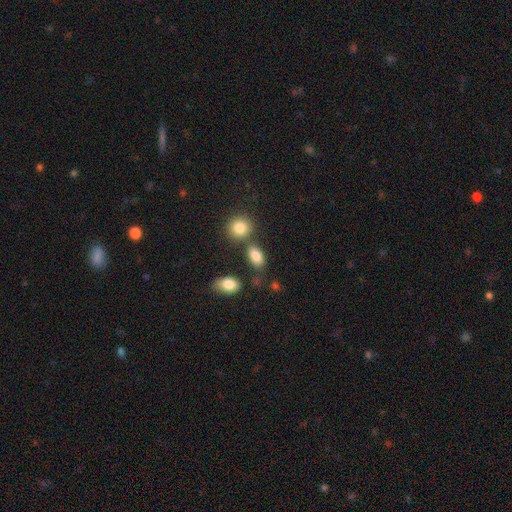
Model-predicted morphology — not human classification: Overall: smooth (85%). How rounded: in between (87%). Merging: none (69%).